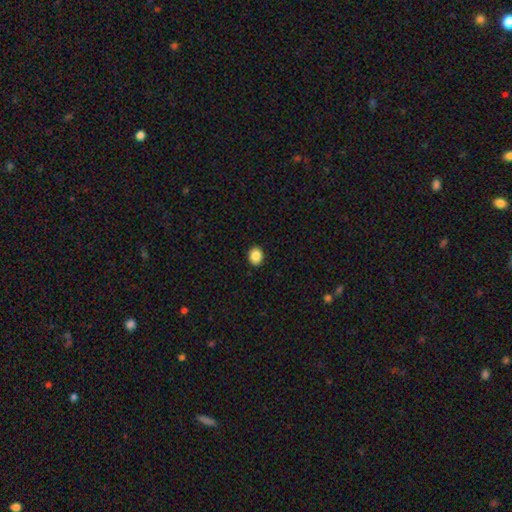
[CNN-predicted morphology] Smooth or featured? Predicted: smooth (p=0.87). How rounded? Predicted: round (p=0.56). Merging? Predicted: none (p=0.91).